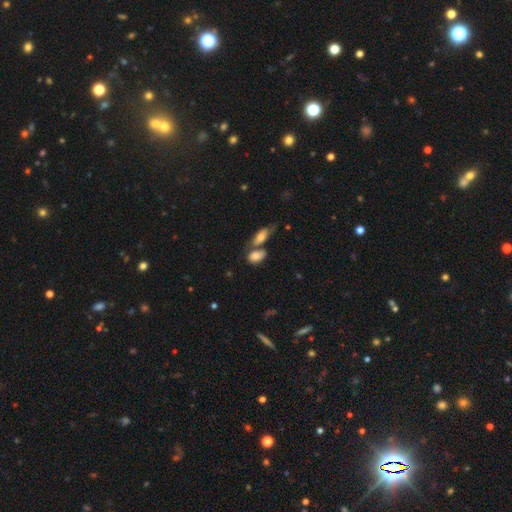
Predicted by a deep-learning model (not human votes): Q: Smooth or featured?
A: smooth (80%); runner-up: featured or disk (12%)
Q: How rounded?
A: in between (85%); runner-up: round (10%)
Q: Merging?
A: merger (51%); runner-up: none (32%)